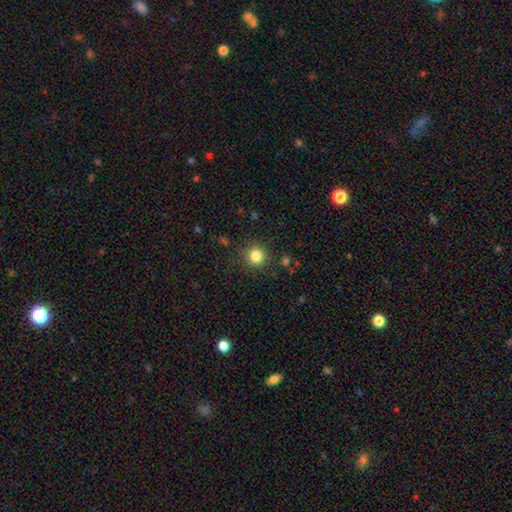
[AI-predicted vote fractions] Smooth or featured?
  - smooth: 83% *
  - star or artifact: 12%
  - featured or disk: 5%
How rounded?
  - round: 92% *
  - in between: 7%
  - cigar-shaped: 1%
Merging?
  - none: 87% *
  - minor disturbance: 8%
  - major disturbance: 3%
  - merger: 2%